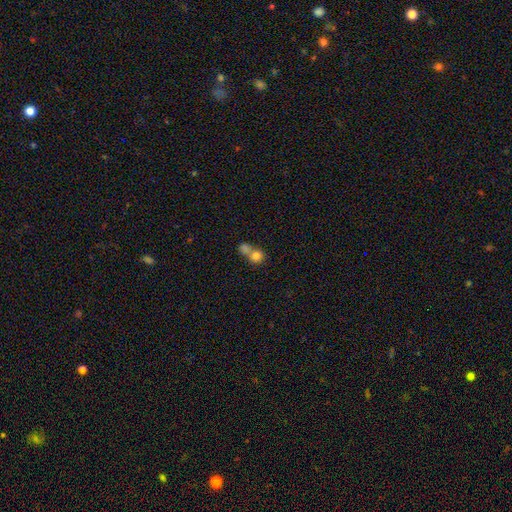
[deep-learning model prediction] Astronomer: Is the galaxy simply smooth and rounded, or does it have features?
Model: smooth — 78%.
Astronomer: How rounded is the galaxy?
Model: round — 80%.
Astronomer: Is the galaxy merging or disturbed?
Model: merger — 63%.